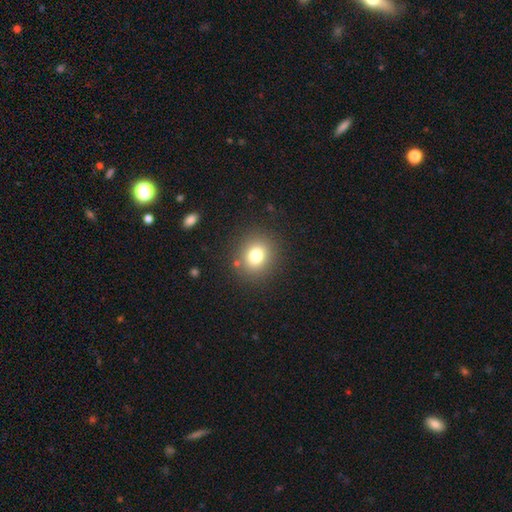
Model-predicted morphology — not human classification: The model was most divided on "smooth or featured": smooth: 77%, star or artifact: 14%, featured or disk: 9%. More confident: merging — none (87%); how rounded — round (82%).